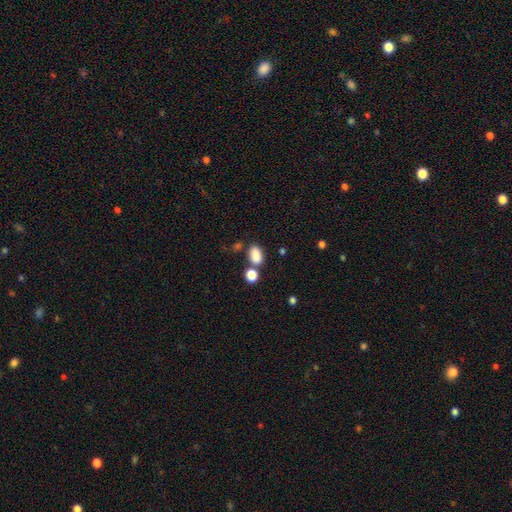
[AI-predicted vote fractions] Overall: smooth (85%). How rounded: in between (85%). Merging: none (64%).